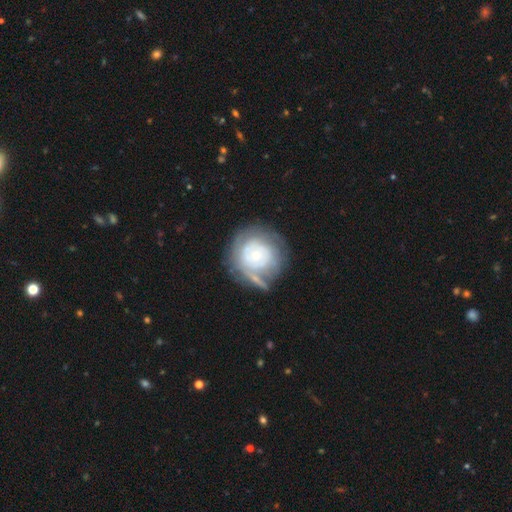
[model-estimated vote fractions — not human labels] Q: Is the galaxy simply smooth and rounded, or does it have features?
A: featured or disk — 58%.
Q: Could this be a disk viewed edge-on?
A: no — 96%.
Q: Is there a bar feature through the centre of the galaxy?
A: no — 87%.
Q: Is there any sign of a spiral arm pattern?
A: no — 50%, tied with yes.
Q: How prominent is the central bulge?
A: small — 72%.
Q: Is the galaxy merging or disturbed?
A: none — 56%.